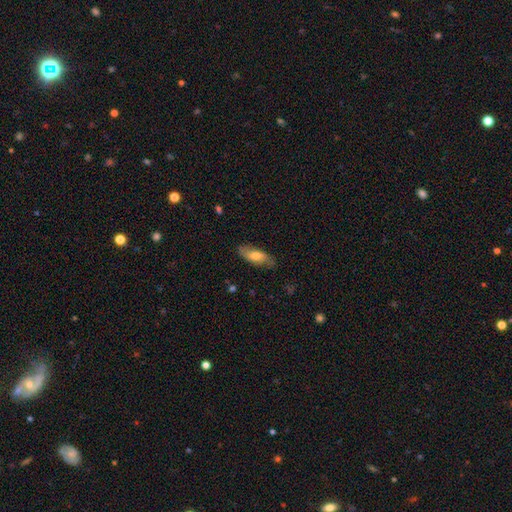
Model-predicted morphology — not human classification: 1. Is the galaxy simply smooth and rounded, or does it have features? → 59% smooth, 34% featured or disk, 6% star or artifact.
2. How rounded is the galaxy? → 72% in between, 25% cigar-shaped, 3% round.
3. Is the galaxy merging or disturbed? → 80% none, 16% minor disturbance, 3% major disturbance, 1% merger.